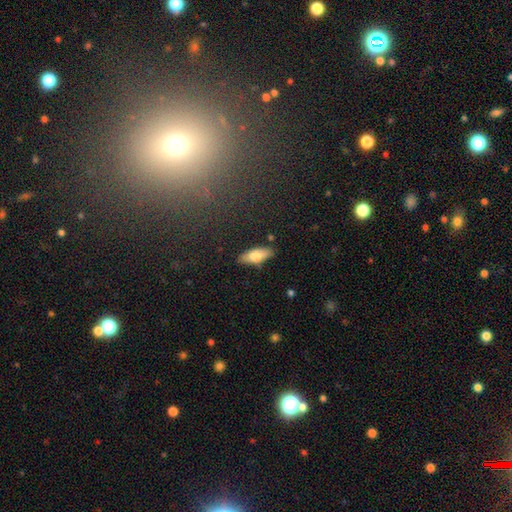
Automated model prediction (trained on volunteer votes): Smooth or featured? smooth (71%)
How rounded? in between (70%)
Merging? none (84%)